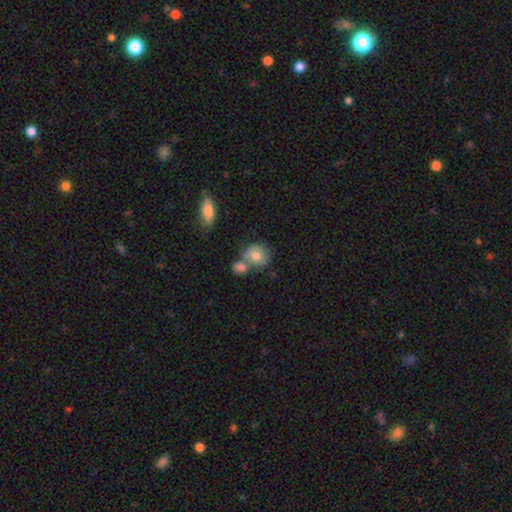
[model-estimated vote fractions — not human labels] Overall: smooth (74%). How rounded: round (74%). Merging: none (45%; merger 37%).